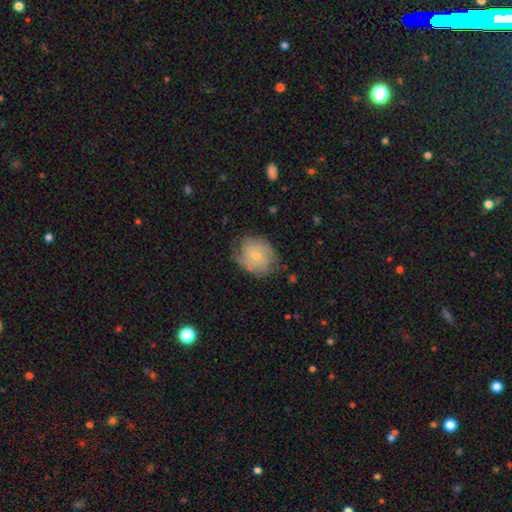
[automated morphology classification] Q: Smooth or featured?
A: featured or disk (63%); runner-up: smooth (30%)
Q: Edge-on disk?
A: no (97%); runner-up: yes (3%)
Q: Bar?
A: no (72%); runner-up: weak (24%)
Q: Spiral arms?
A: yes (86%); runner-up: no (14%)
Q: Spiral winding?
A: tight (52%); runner-up: medium (35%)
Q: Spiral arm count?
A: 2 (37%); runner-up: can't tell (35%)
Q: Bulge size?
A: small (62%); runner-up: moderate (34%)
Q: Merging?
A: none (65%); runner-up: minor disturbance (25%)